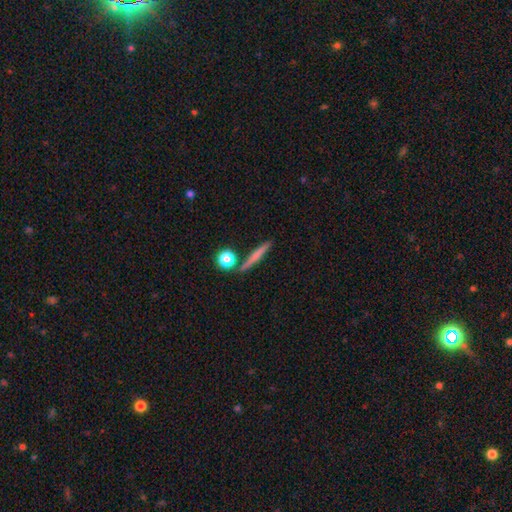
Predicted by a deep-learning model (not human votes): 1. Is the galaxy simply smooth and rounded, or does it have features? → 58% smooth, 34% featured or disk, 8% star or artifact.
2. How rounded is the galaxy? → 84% cigar-shaped, 9% round, 8% in between.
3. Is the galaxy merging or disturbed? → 81% none, 9% minor disturbance, 7% merger, 3% major disturbance.